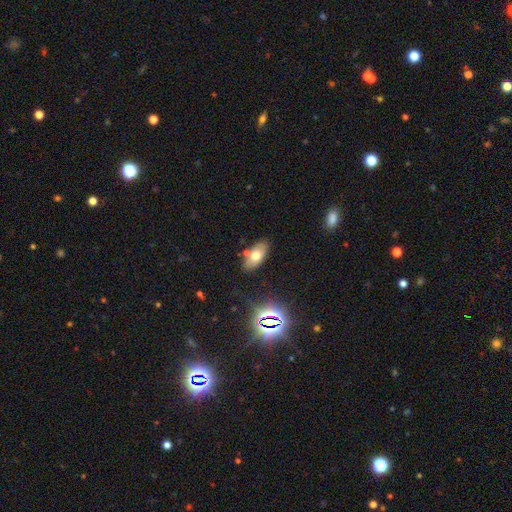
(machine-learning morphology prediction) Overall: smooth (67%). How rounded: in between (89%). Merging: none (76%).